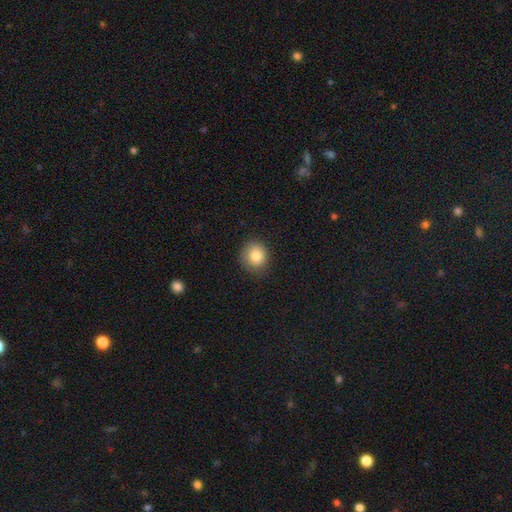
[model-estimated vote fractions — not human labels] smooth-or-featured: smooth: 82% | star or artifact: 9% | featured or disk: 8%
  how-rounded: round: 83% | in between: 16% | cigar-shaped: 1%
  merging: none: 80% | minor disturbance: 16% | major disturbance: 4% | merger: 1%